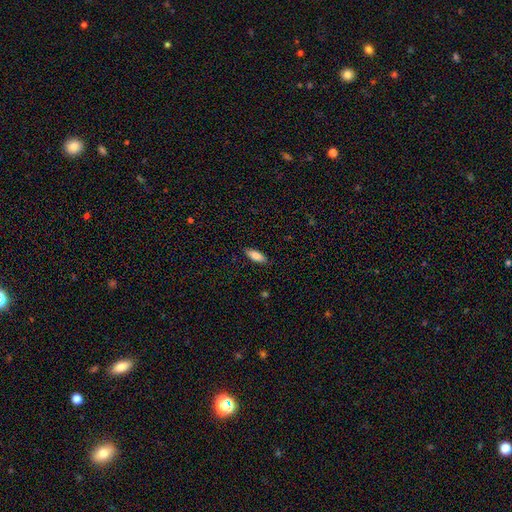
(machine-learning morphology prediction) smooth_or_featured: smooth (p=0.81) [alt: featured or disk p=0.13]
how_rounded: in between (p=0.76) [alt: cigar-shaped p=0.23]
merging: none (p=0.87) [alt: minor disturbance p=0.10]